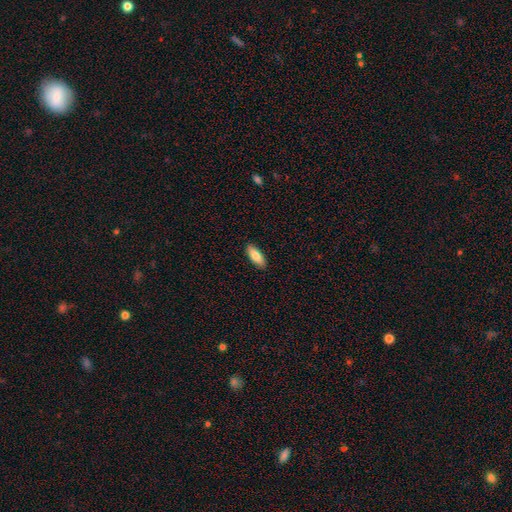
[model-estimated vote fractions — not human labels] Q: Smooth or featured?
A: smooth (82%); runner-up: featured or disk (12%)
Q: How rounded?
A: in between (74%); runner-up: cigar-shaped (24%)
Q: Merging?
A: none (90%); runner-up: minor disturbance (8%)